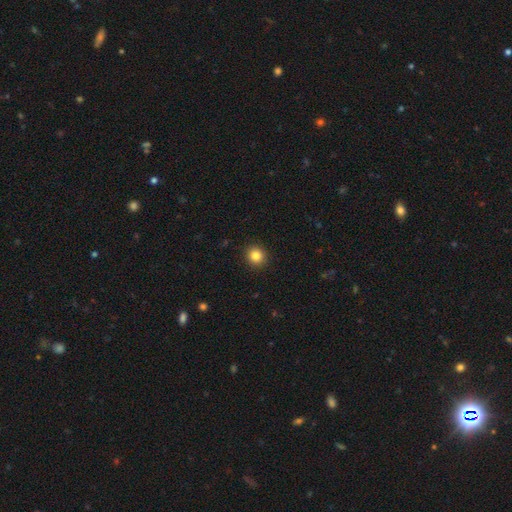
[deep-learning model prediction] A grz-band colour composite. It shows a smooth galaxy with no disk features (85%) that is round (91%). Merging: none (92%).